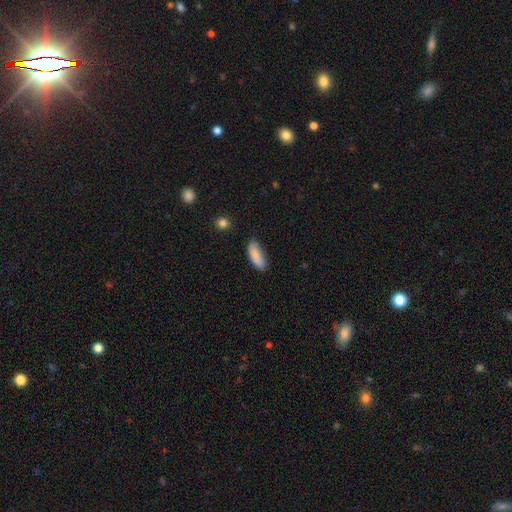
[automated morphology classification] type=smooth (87%); roundness=in between (75%); merging=none (78%).